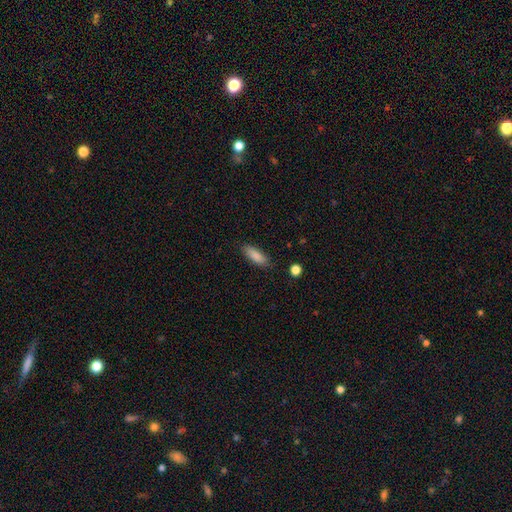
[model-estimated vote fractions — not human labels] A smooth galaxy with no disk features (87%) that is in between round and cigar-shaped (59%). Merging: none (85%).